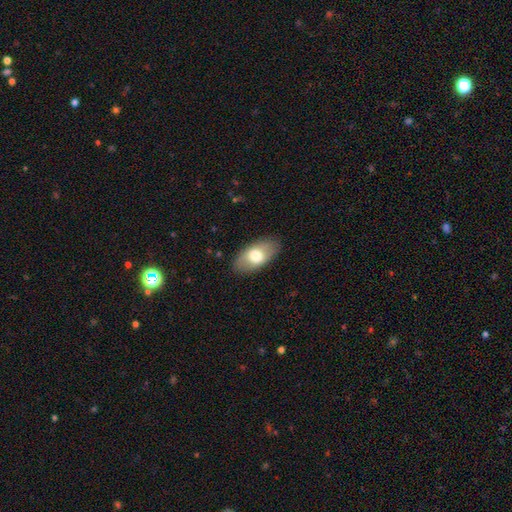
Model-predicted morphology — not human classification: Q: Smooth or featured?
A: smooth (68%); runner-up: featured or disk (26%)
Q: How rounded?
A: in between (93%); runner-up: round (4%)
Q: Merging?
A: none (85%); runner-up: minor disturbance (11%)